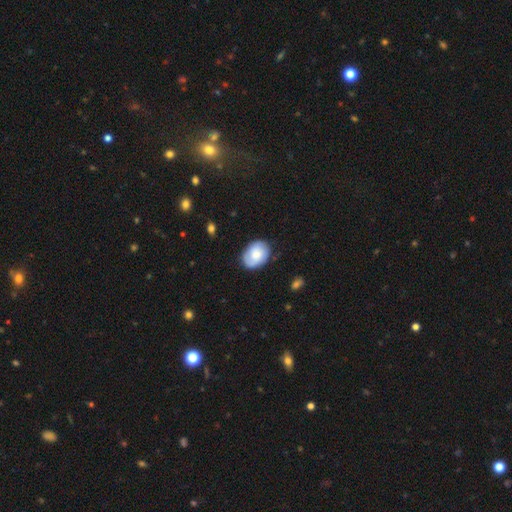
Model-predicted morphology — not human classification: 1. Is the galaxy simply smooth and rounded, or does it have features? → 65% smooth, 28% featured or disk, 7% star or artifact.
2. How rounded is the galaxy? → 70% in between, 29% round, 1% cigar-shaped.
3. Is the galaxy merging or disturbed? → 76% none, 19% minor disturbance, 4% major disturbance, 1% merger.